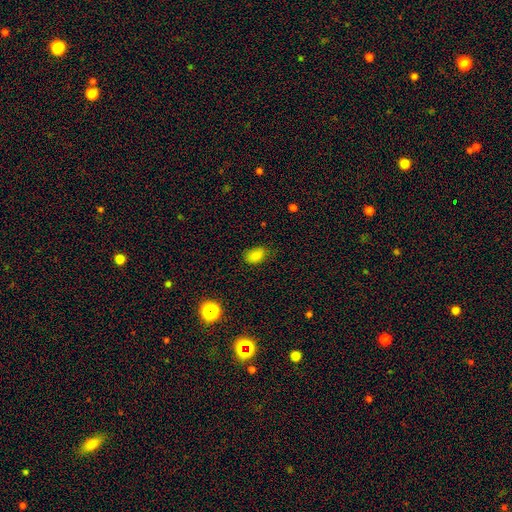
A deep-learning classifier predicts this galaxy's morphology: smooth 83%, star or artifact 12%, featured or disk 4%. Down the decision tree: how rounded — in between (85%); merging — none (75%).